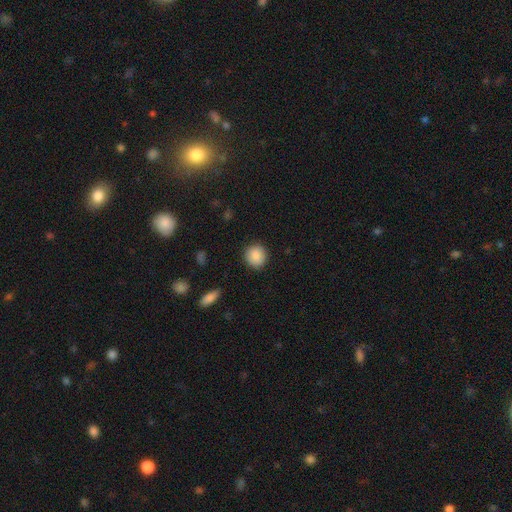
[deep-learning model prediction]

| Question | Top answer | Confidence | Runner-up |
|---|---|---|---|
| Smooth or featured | smooth | 88% | star or artifact (8%) |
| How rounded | round | 90% | in between (9%) |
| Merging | none | 89% | minor disturbance (7%) |